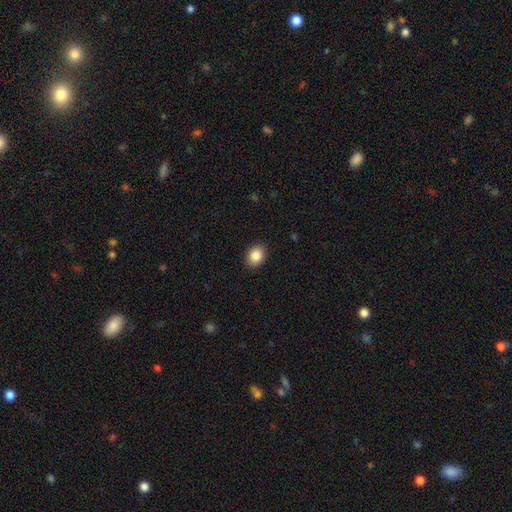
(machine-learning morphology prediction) Smooth or featured?
  - smooth: 87% *
  - star or artifact: 9%
  - featured or disk: 5%
How rounded?
  - in between: 57% *
  - round: 42%
  - cigar-shaped: 1%
Merging?
  - none: 90% *
  - minor disturbance: 7%
  - major disturbance: 2%
  - merger: 1%